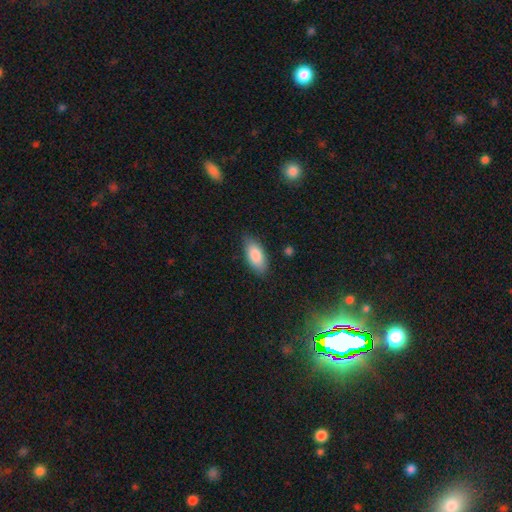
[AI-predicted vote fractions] Q: Smooth or featured?
A: smooth (86%); runner-up: featured or disk (8%)
Q: How rounded?
A: in between (88%); runner-up: cigar-shaped (10%)
Q: Merging?
A: none (81%); runner-up: minor disturbance (15%)